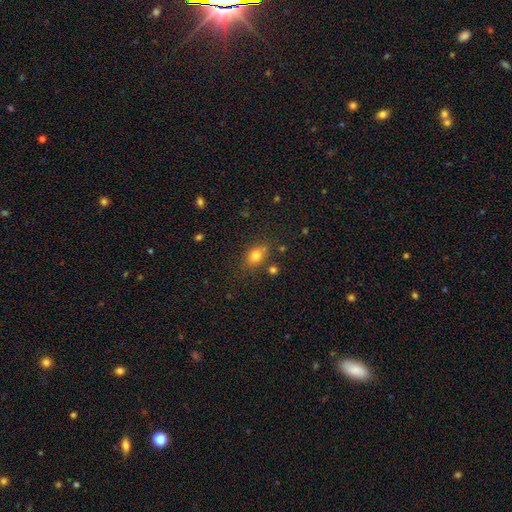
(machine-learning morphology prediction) Smooth or featured: smooth — 79% (star or artifact — 12%)
How rounded: in between — 61% (round — 38%)
Merging: none — 69% (minor disturbance — 17%)